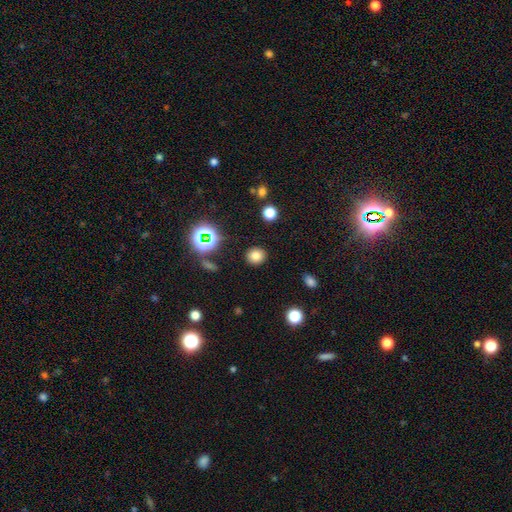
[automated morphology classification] Smooth or featured? smooth (77%)
How rounded? round (82%)
Merging? none (89%)